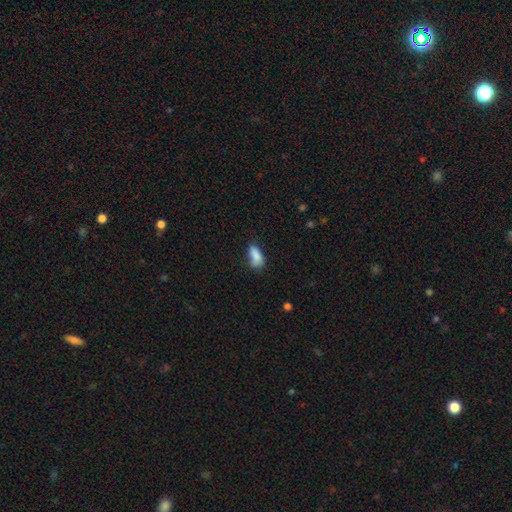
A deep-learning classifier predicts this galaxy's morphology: smooth 85%, star or artifact 9%, featured or disk 7%. Down the decision tree: how rounded — in between (88%); merging — none (53%).